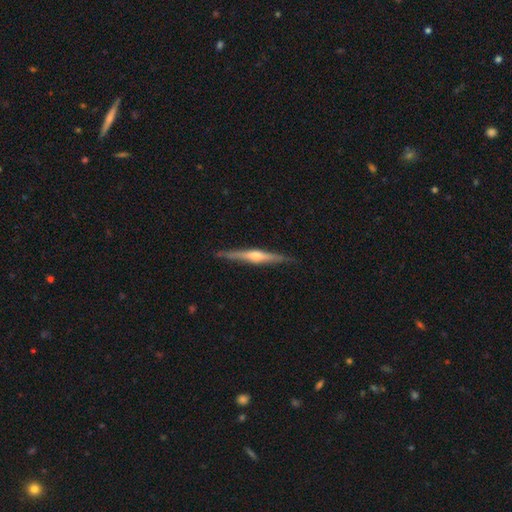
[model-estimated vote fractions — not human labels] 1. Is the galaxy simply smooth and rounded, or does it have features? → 76% featured or disk, 19% smooth, 5% star or artifact.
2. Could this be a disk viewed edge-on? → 98% yes, 2% no.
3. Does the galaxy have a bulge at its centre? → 85% rounded, 8% none, 6% boxy.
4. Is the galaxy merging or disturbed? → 89% none, 9% minor disturbance, 2% major disturbance, 1% merger.